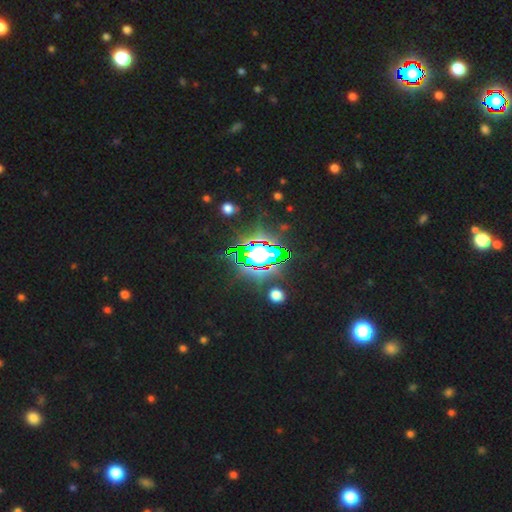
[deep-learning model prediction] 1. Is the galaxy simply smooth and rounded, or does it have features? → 77% star or artifact, 11% smooth, 11% featured or disk.